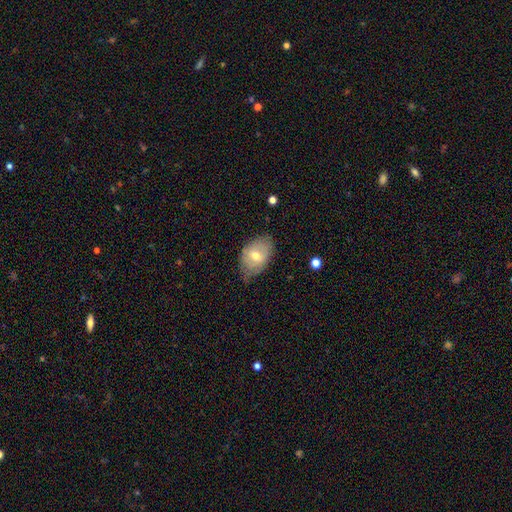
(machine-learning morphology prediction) This is likely a smooth galaxy (60%). How rounded: clearly in between (84%). Merging: possibly none (60%).